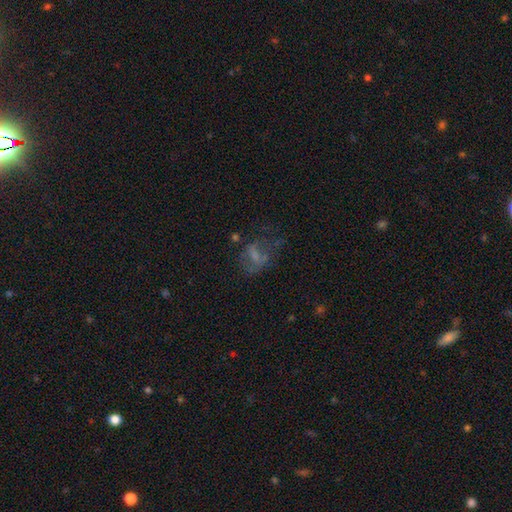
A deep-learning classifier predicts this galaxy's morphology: Smooth or featured?
  - featured or disk: 41% *
  - smooth: 39%
  - star or artifact: 19%
Merging?
  - major disturbance: 40% *
  - none: 35%
  - minor disturbance: 19%
  - merger: 6%